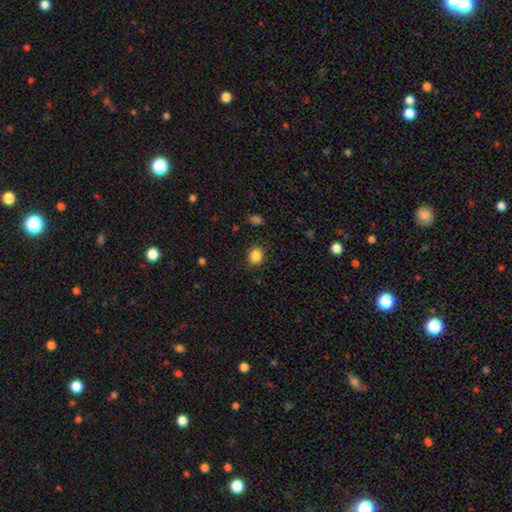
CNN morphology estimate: This appears to be a smooth galaxy with no disk features (85%) that is round (78%). Merging: none (87%).